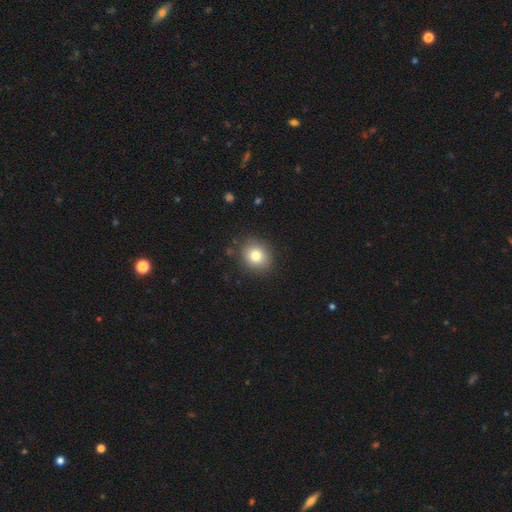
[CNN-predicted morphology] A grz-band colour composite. It shows a smooth galaxy with no disk features (81%) that is round (72%). Merging: none (88%).